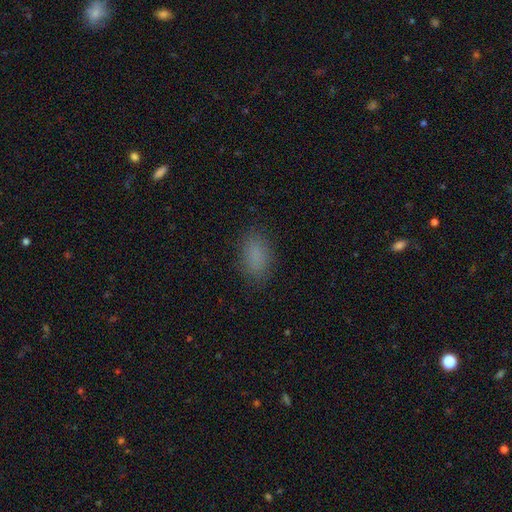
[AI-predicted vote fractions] Morphology: type=smooth (84%); roundness=in between (89%); merging=none (84%).